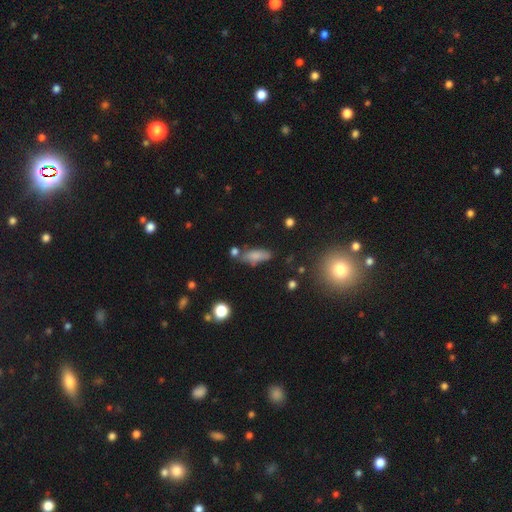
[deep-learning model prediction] Smooth or featured?
  - smooth: 75% *
  - featured or disk: 15%
  - star or artifact: 10%
How rounded?
  - in between: 68% *
  - cigar-shaped: 28%
  - round: 3%
Merging?
  - none: 62% *
  - minor disturbance: 21%
  - merger: 12%
  - major disturbance: 6%